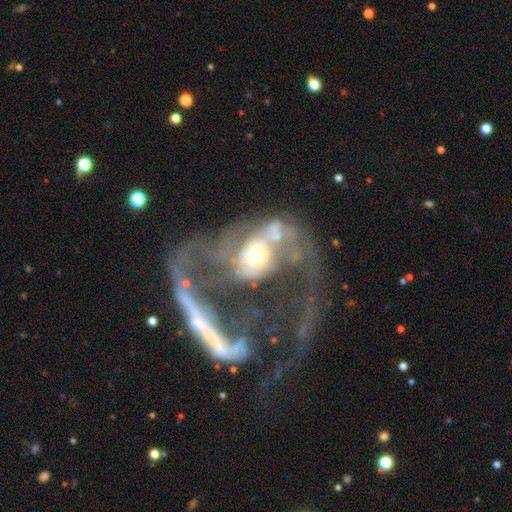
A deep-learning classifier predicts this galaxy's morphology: Q: Smooth or featured?
A: featured or disk (76%); runner-up: smooth (15%)
Q: Edge-on disk?
A: no (93%); runner-up: yes (7%)
Q: Bar?
A: no (73%); runner-up: weak (18%)
Q: Spiral arms?
A: yes (58%); runner-up: no (42%)
Q: Bulge size?
A: moderate (49%); runner-up: small (38%)
Q: Merging?
A: major disturbance (43%); runner-up: merger (42%)